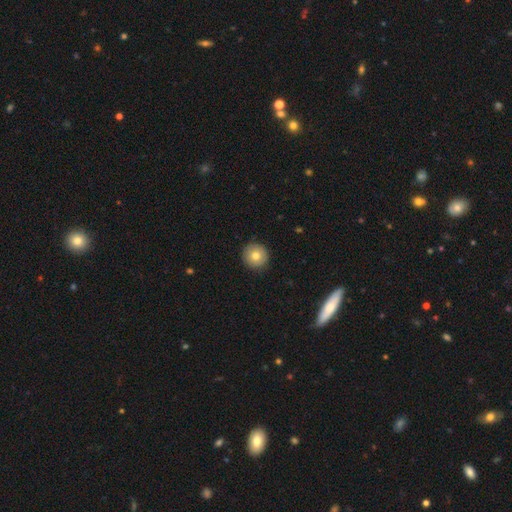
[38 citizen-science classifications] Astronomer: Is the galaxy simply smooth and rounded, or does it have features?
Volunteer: smooth — 82%.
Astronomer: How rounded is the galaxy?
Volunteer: round — 97%.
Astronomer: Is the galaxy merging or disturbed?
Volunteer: none — 94%.